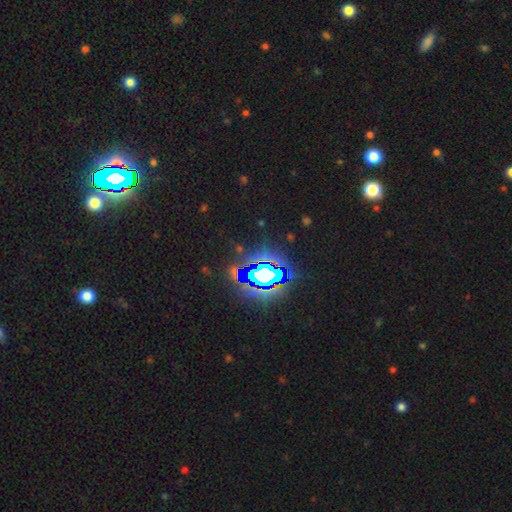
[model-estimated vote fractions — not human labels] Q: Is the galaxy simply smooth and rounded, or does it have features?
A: star or artifact — 81%.